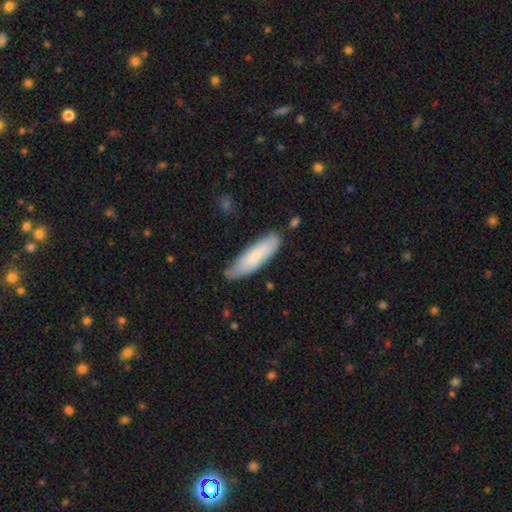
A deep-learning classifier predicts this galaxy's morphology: Smooth or featured? Predicted: smooth (p=0.75). How rounded? Predicted: cigar-shaped (p=0.63). Merging? Predicted: none (p=0.73).